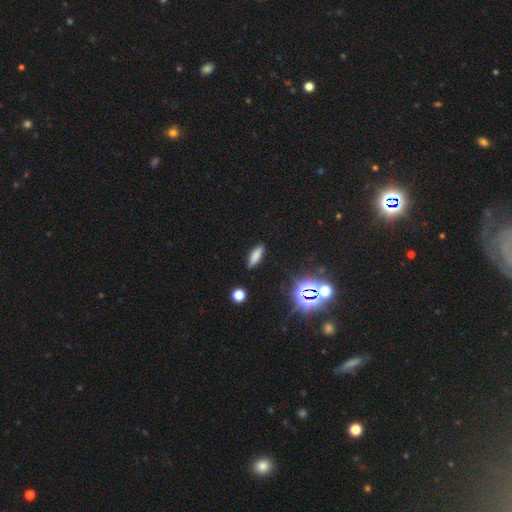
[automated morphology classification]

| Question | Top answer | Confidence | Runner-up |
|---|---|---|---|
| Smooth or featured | smooth | 74% | star or artifact (15%) |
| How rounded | cigar-shaped | 55% | in between (42%) |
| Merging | none | 88% | minor disturbance (8%) |